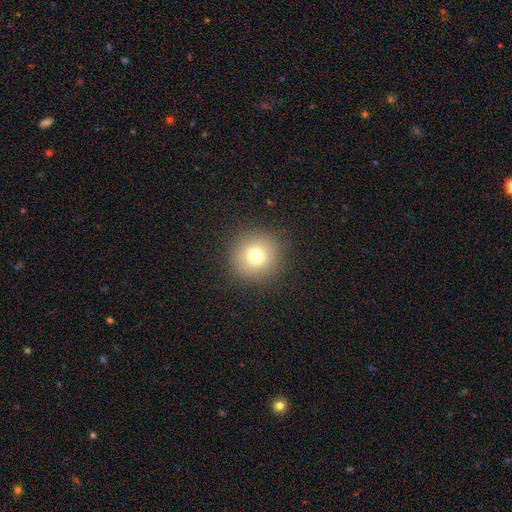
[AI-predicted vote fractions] The model was most divided on "smooth or featured": smooth: 77%, star or artifact: 12%, featured or disk: 11%. More confident: how rounded — round (94%); merging — none (90%).